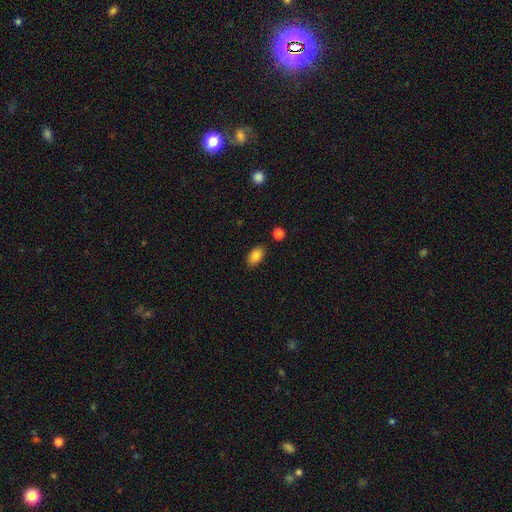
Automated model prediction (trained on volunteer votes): smooth-or-featured: smooth: 86% | star or artifact: 8% | featured or disk: 6%
  how-rounded: in between: 91% | round: 7% | cigar-shaped: 2%
  merging: none: 85% | minor disturbance: 10% | merger: 3% | major disturbance: 2%